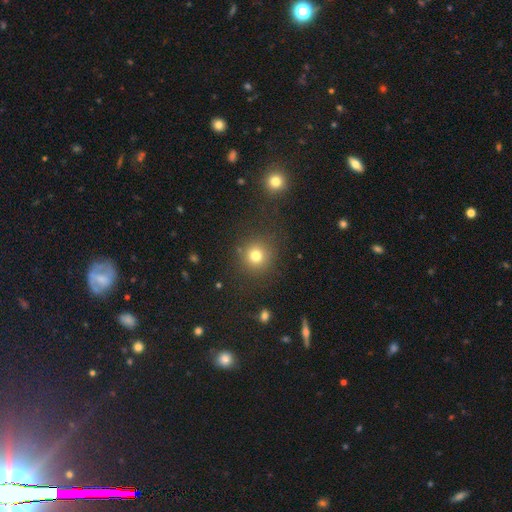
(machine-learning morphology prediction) This appears to be a smooth galaxy with no disk features (78%) that is round (91%). Merging: none (83%).